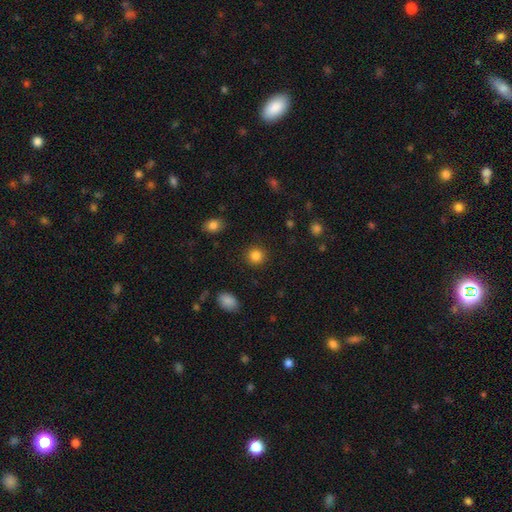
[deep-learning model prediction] Smooth or featured?
  - smooth: 85% *
  - star or artifact: 11%
  - featured or disk: 4%
How rounded?
  - round: 90% *
  - in between: 9%
  - cigar-shaped: 1%
Merging?
  - none: 90% *
  - minor disturbance: 6%
  - major disturbance: 2%
  - merger: 1%